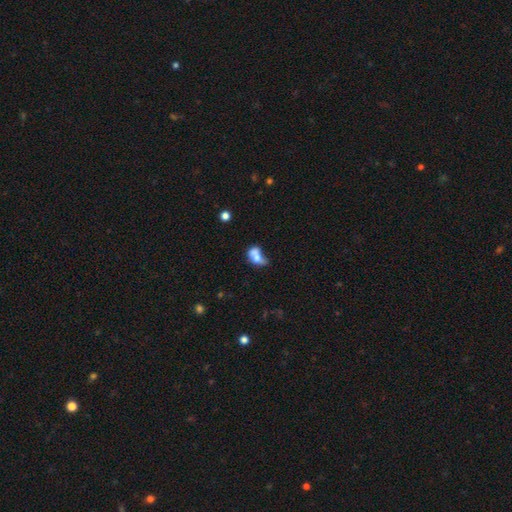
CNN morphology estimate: A smooth galaxy with no disk features (63%) that is in between round and cigar-shaped (69%).

Vote fractions:
- Smooth or featured? smooth: 63% / featured or disk: 26% / star or artifact: 11%
- How rounded? in between: 69% / round: 28% / cigar-shaped: 3%
- Merging? merger: 60% / none: 17% / major disturbance: 12% / minor disturbance: 11%